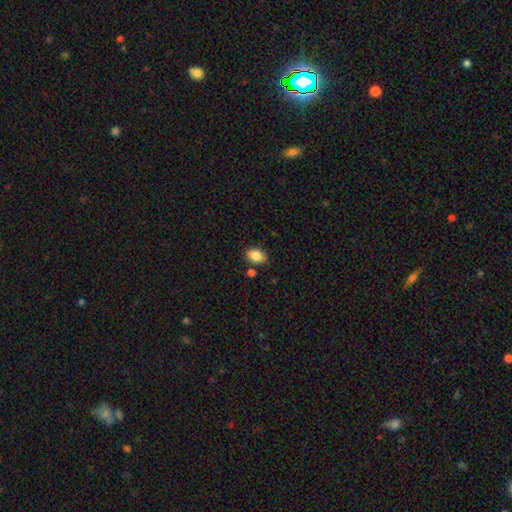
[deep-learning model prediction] This appears to be a smooth galaxy with no disk features (84%) that is in between round and cigar-shaped (80%). Merging: none (78%).